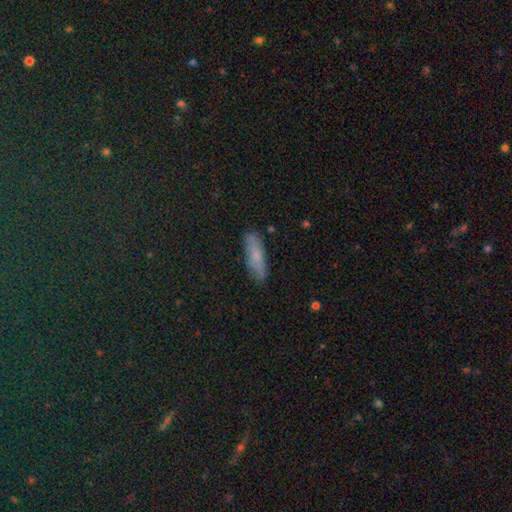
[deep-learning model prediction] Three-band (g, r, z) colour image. It shows a smooth galaxy with no disk features (71%) that is cigar-shaped (63%). Merging: none (84%).